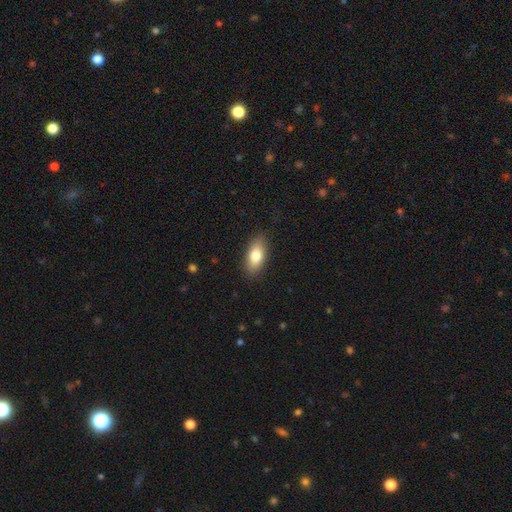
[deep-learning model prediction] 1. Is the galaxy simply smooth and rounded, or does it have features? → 78% smooth, 15% featured or disk, 7% star or artifact.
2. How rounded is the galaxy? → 84% in between, 12% cigar-shaped, 4% round.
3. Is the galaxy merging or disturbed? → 87% none, 10% minor disturbance, 2% major disturbance, 1% merger.